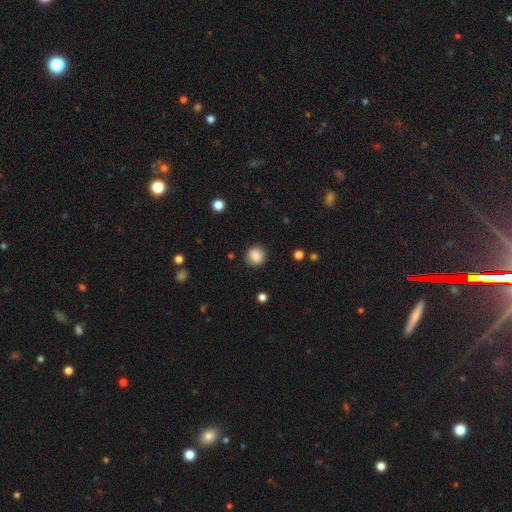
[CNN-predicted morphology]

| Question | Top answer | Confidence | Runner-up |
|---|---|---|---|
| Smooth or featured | smooth | 86% | star or artifact (9%) |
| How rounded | round | 88% | in between (11%) |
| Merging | none | 88% | minor disturbance (8%) |